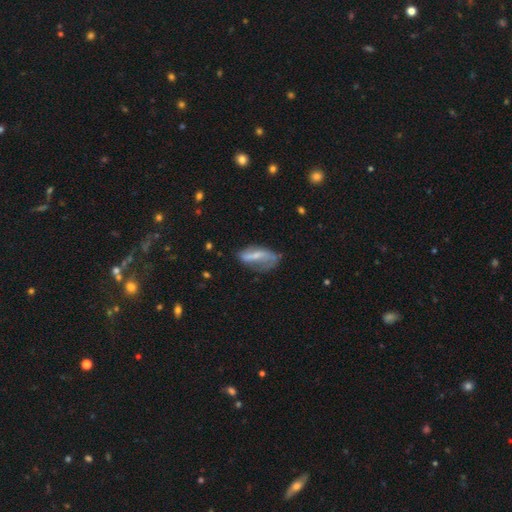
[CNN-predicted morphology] This is possibly a featured or disk galaxy (55%). It is clearly not viewed edge-on (87%). Merging: marginally none (45%).